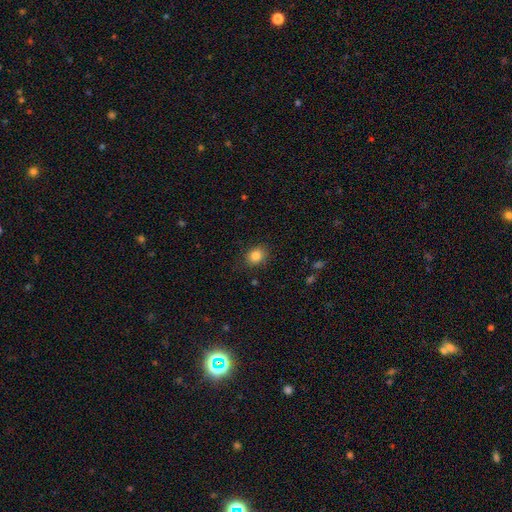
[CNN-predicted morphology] Smooth or featured?
  - smooth: 84% *
  - star or artifact: 11%
  - featured or disk: 6%
How rounded?
  - round: 54% *
  - in between: 45%
  - cigar-shaped: 1%
Merging?
  - none: 86% *
  - minor disturbance: 10%
  - major disturbance: 3%
  - merger: 1%